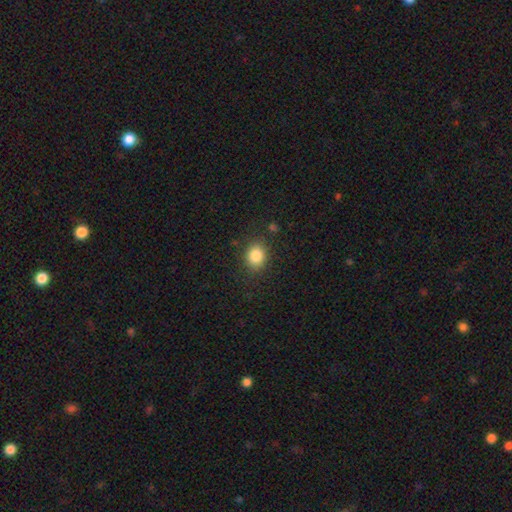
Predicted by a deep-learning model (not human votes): Q: Smooth or featured?
A: smooth (85%); runner-up: star or artifact (10%)
Q: How rounded?
A: round (55%); runner-up: in between (44%)
Q: Merging?
A: none (84%); runner-up: minor disturbance (10%)